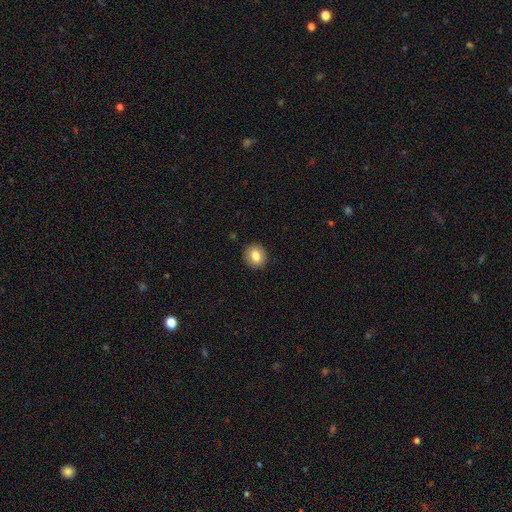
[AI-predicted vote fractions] A smooth galaxy with no disk features (82%) that is round (73%).

Vote fractions:
- Smooth or featured? smooth: 82% / featured or disk: 9% / star or artifact: 9%
- How rounded? round: 73% / in between: 26% / cigar-shaped: 1%
- Merging? none: 90% / minor disturbance: 7% / major disturbance: 2% / merger: 1%